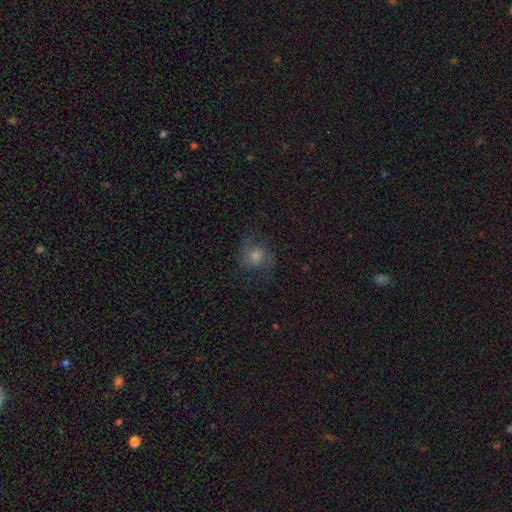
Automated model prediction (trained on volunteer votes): Morphology: type=smooth (54%); roundness=round (79%); merging=none (68%).